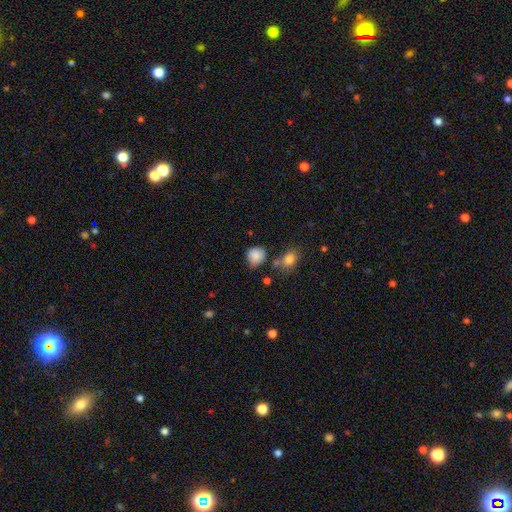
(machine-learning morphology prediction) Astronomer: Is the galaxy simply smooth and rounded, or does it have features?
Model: smooth — 85%.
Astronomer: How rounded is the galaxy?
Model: round — 78%.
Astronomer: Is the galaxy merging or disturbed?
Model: none — 67%.